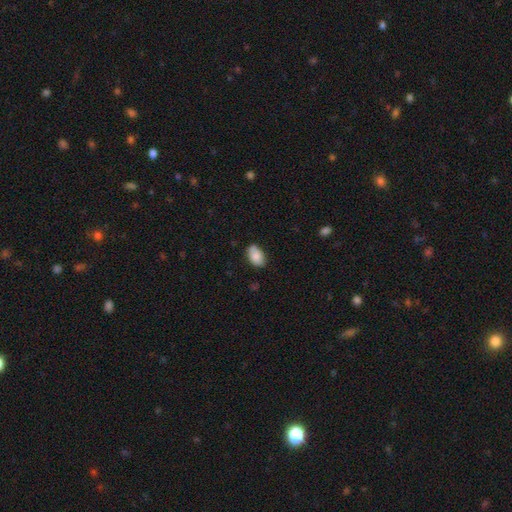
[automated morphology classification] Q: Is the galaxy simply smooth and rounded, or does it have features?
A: smooth — 84%.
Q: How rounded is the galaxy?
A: in between — 90%.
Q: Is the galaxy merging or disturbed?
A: none — 71%.